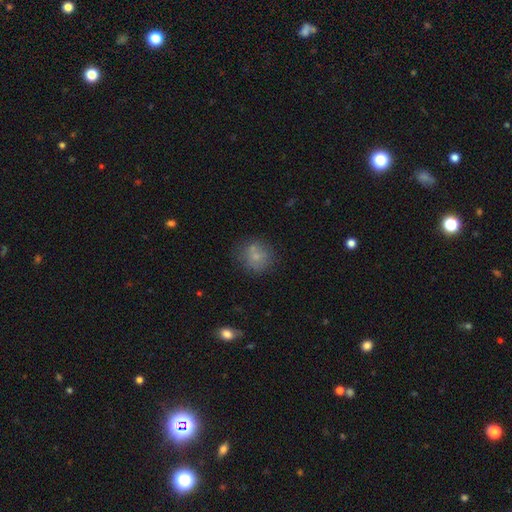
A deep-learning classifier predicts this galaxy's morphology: Smooth or featured? Predicted: smooth (p=0.70). How rounded? Predicted: round (p=0.83). Merging? Predicted: none (p=0.62).